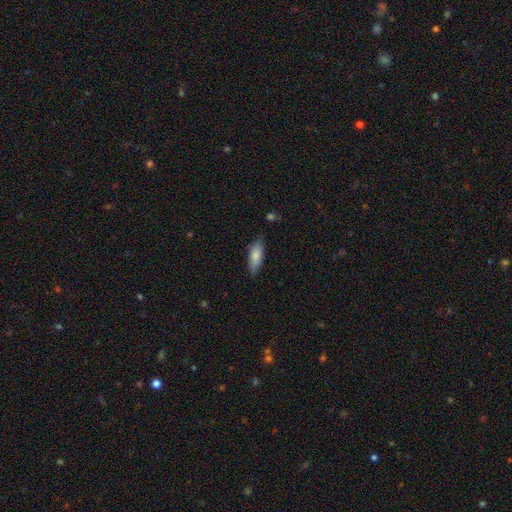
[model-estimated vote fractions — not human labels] smooth 77%, featured or disk 17%, star or artifact 6%. Down the decision tree: how rounded — in between (64%); merging — none (73%).